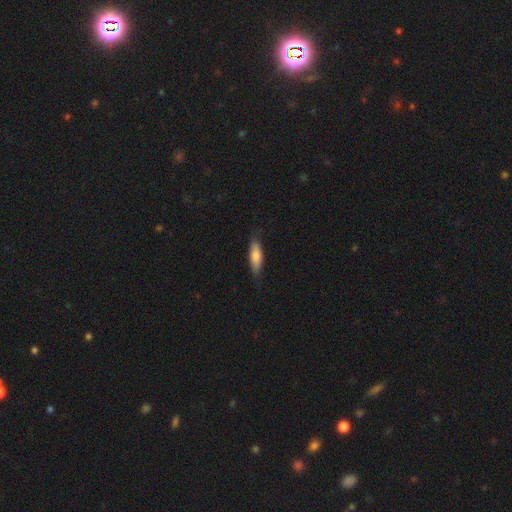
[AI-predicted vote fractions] Smooth or featured? Predicted: smooth (p=0.75). How rounded? Predicted: cigar-shaped (p=0.52). Merging? Predicted: none (p=0.79).